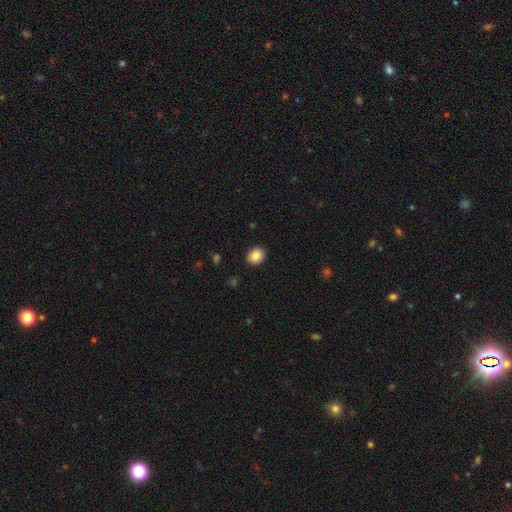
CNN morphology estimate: Smooth or featured? Predicted: smooth (p=0.88). How rounded? Predicted: round (p=0.56). Merging? Predicted: none (p=0.90).